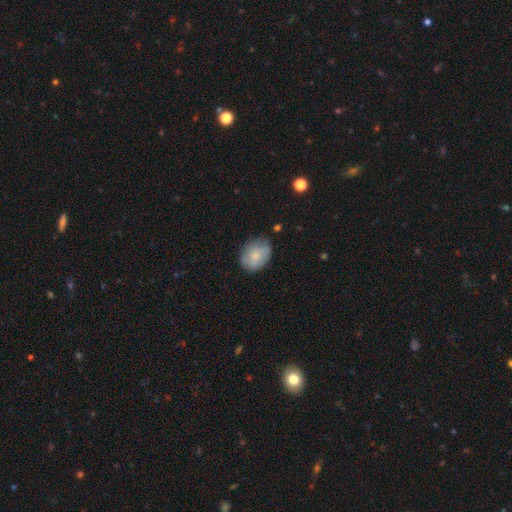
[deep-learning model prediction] Smooth or featured? smooth (70%)
How rounded? in between (61%)
Merging? none (70%)